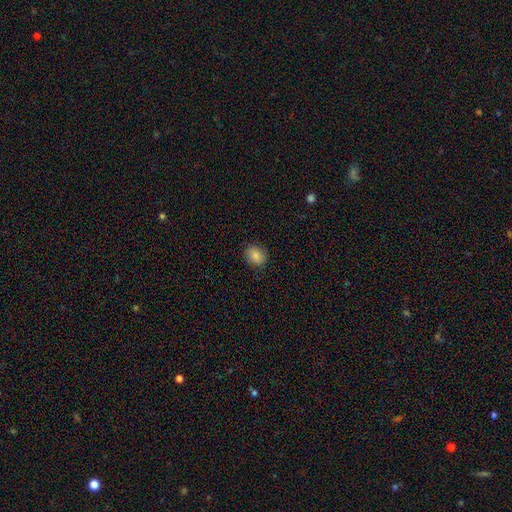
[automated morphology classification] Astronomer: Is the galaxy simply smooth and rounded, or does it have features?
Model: smooth — 84%.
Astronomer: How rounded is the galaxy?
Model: round — 57% (runner-up: in between, 42%).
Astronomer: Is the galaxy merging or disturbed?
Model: none — 88%.